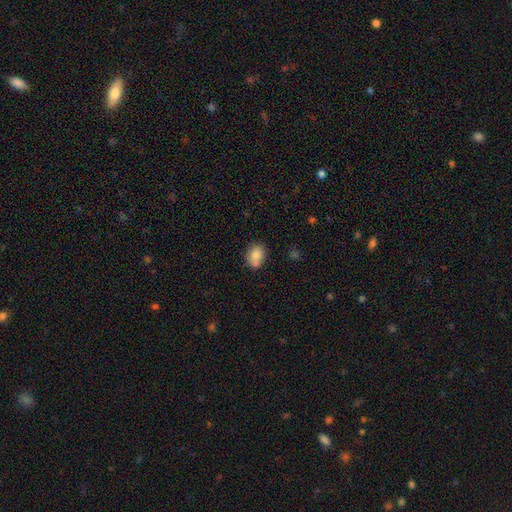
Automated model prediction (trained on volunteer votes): smooth 81%, featured or disk 10%, star or artifact 9%. Down the decision tree: how rounded — in between (61%); merging — none (61%).